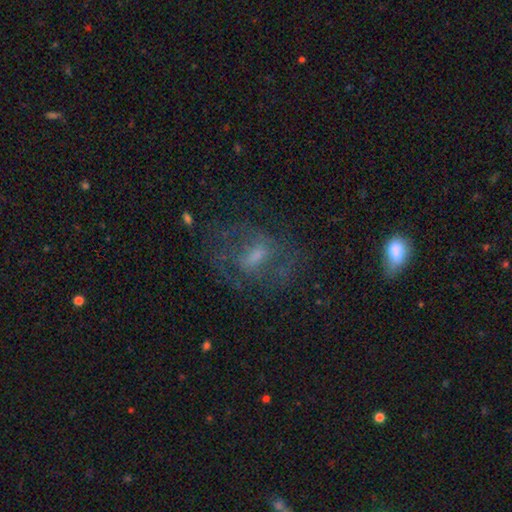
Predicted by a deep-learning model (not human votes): smooth_or_featured: featured or disk (p=0.58) [alt: smooth p=0.27]
disk_edge_on: no (p=0.95) [alt: yes p=0.05]
bar: weak (p=0.47) [alt: no p=0.37]
has_spiral_arms: yes (p=0.57) [alt: no p=0.43]
bulge_size: small (p=0.40) [alt: moderate p=0.36]
merging: none (p=0.54) [alt: major disturbance p=0.25]